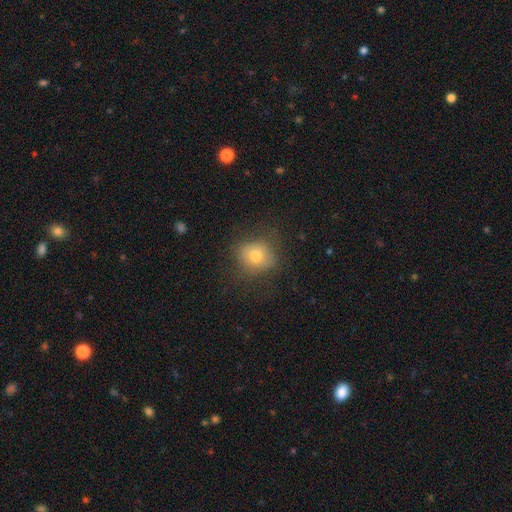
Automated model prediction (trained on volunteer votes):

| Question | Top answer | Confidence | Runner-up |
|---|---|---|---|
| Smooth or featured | smooth | 74% | featured or disk (14%) |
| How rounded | round | 76% | in between (23%) |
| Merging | none | 76% | minor disturbance (16%) |